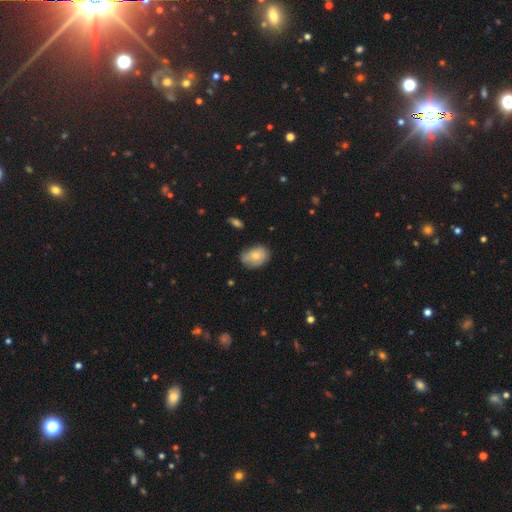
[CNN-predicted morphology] Q: Smooth or featured?
A: smooth (66%); runner-up: featured or disk (26%)
Q: How rounded?
A: in between (74%); runner-up: round (25%)
Q: Merging?
A: none (67%); runner-up: minor disturbance (26%)